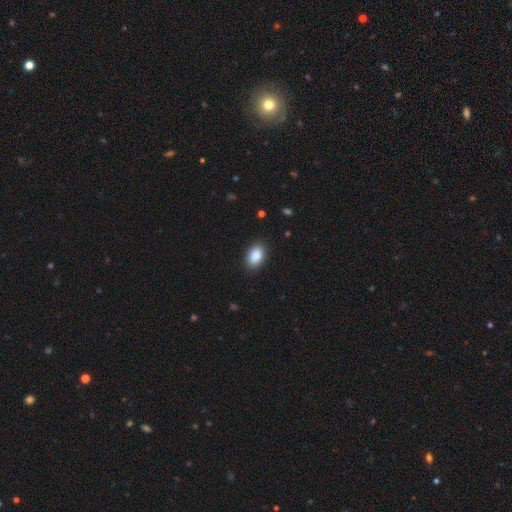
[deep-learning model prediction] smooth-or-featured: smooth: 89% | star or artifact: 7% | featured or disk: 4%
  how-rounded: in between: 90% | round: 9% | cigar-shaped: 1%
  merging: none: 88% | minor disturbance: 9% | major disturbance: 2% | merger: 1%